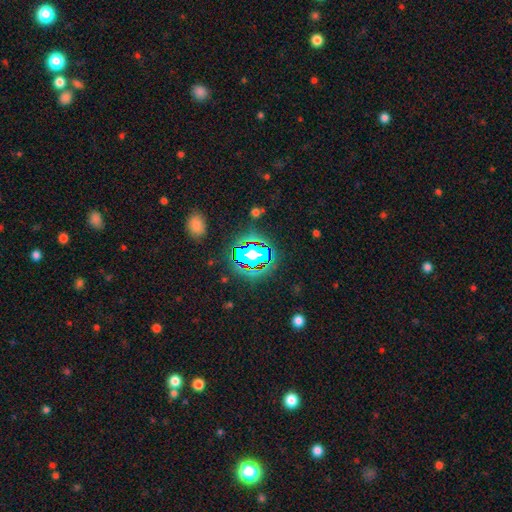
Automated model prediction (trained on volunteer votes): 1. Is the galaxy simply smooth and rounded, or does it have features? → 72% star or artifact, 17% smooth, 11% featured or disk.